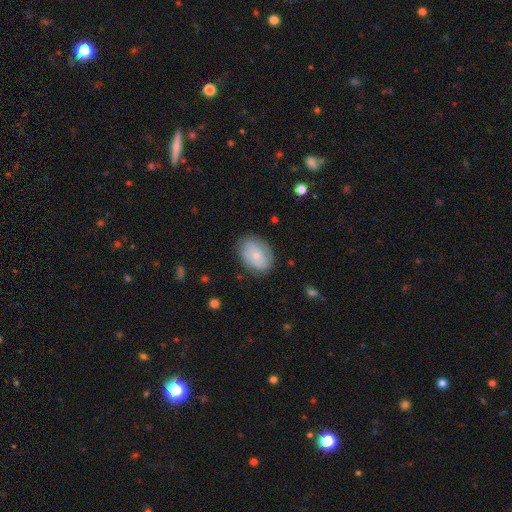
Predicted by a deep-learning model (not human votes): This appears to be a smooth galaxy with no disk features (55%) that is in between round and cigar-shaped (75%). Merging: none (75%).